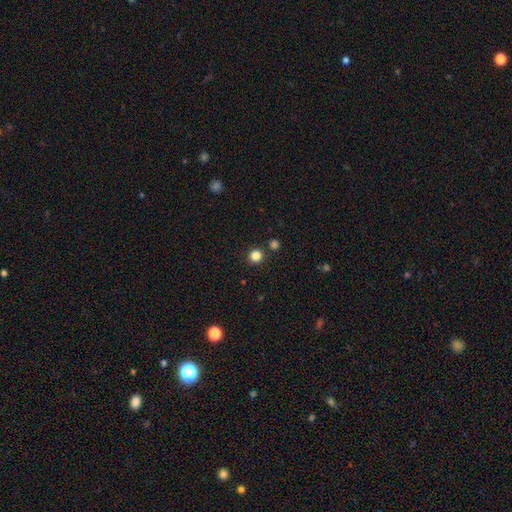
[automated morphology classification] type=smooth (83%); roundness=round (94%); merging=none (88%).